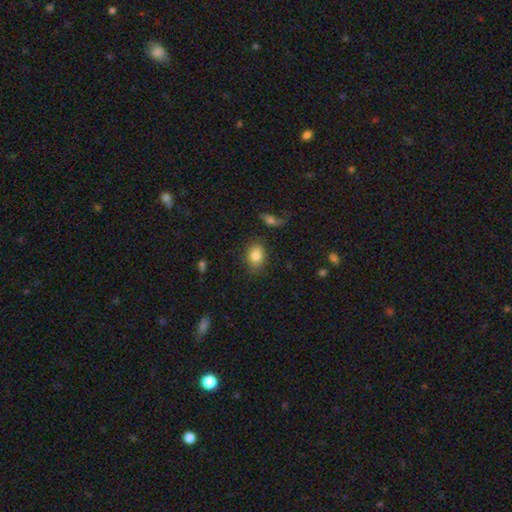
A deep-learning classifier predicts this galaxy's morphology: This is clearly a smooth galaxy (83%). How rounded: likely in between (68%). Merging: likely none (78%).